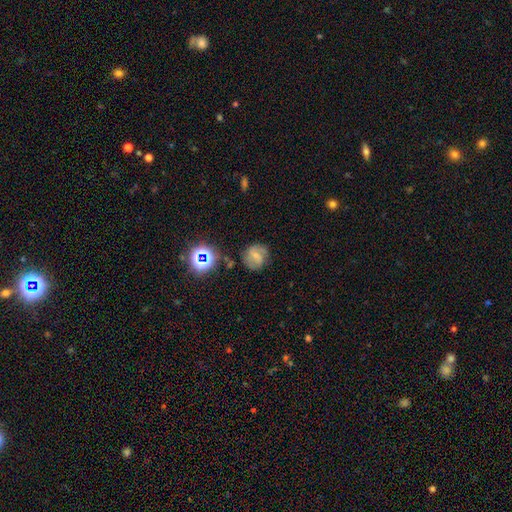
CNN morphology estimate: Smooth or featured?
  - featured or disk: 51% *
  - smooth: 34%
  - star or artifact: 15%
Edge-on disk?
  - no: 97% *
  - yes: 3%
Merging?
  - none: 72% *
  - minor disturbance: 18%
  - major disturbance: 7%
  - merger: 3%